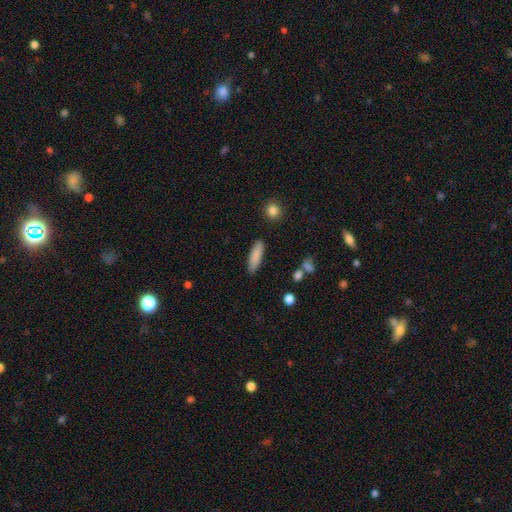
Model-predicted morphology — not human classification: Q: Smooth or featured?
A: smooth (85%); runner-up: featured or disk (8%)
Q: How rounded?
A: cigar-shaped (62%); runner-up: in between (37%)
Q: Merging?
A: none (87%); runner-up: minor disturbance (9%)